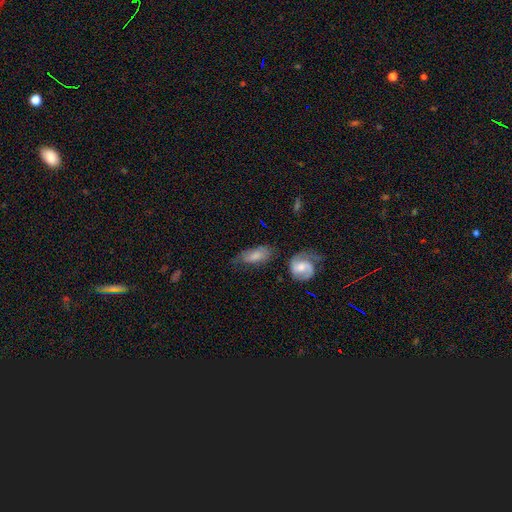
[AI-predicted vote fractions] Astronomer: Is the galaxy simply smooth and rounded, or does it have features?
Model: smooth — 68%.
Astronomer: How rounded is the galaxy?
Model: in between — 83%.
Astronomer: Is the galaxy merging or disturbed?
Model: none — 50% (runner-up: minor disturbance, 29%).